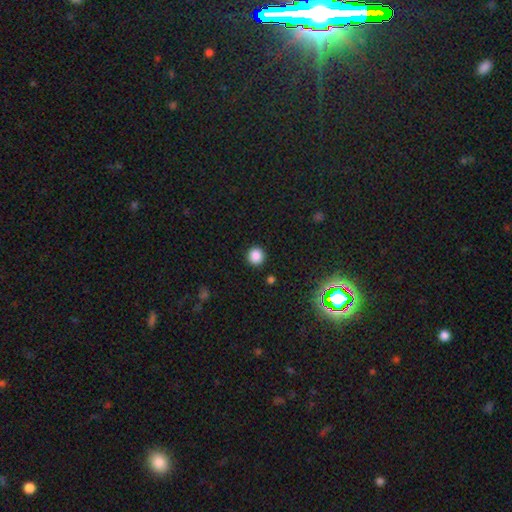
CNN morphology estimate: type=smooth (85%); roundness=round (94%); merging=none (91%).